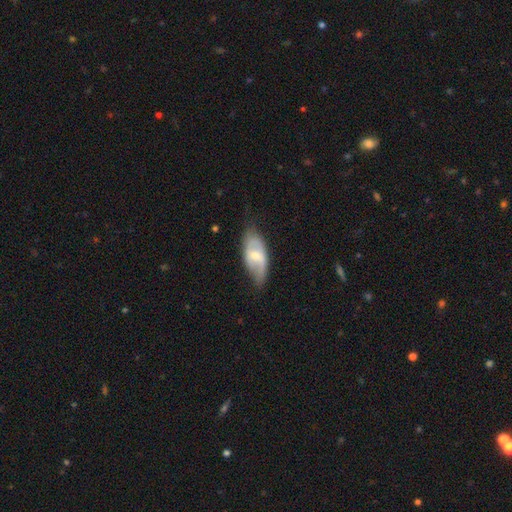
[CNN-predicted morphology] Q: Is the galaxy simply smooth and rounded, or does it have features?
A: featured or disk — 56%.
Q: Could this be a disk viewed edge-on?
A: no — 88%.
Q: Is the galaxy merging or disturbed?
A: none — 63%.